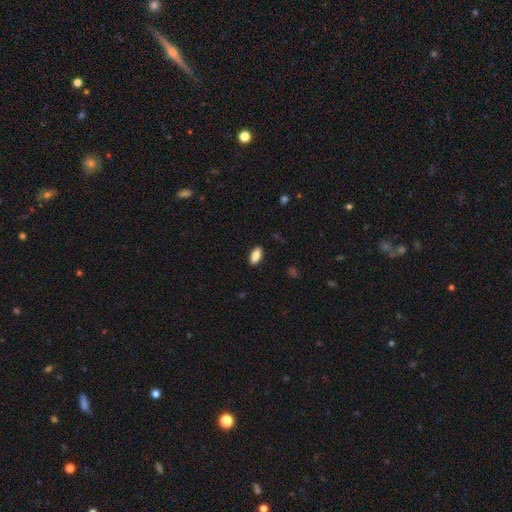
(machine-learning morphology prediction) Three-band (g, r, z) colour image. It shows a smooth galaxy with no disk features (85%) that is in between round and cigar-shaped (83%). Merging: none (89%).